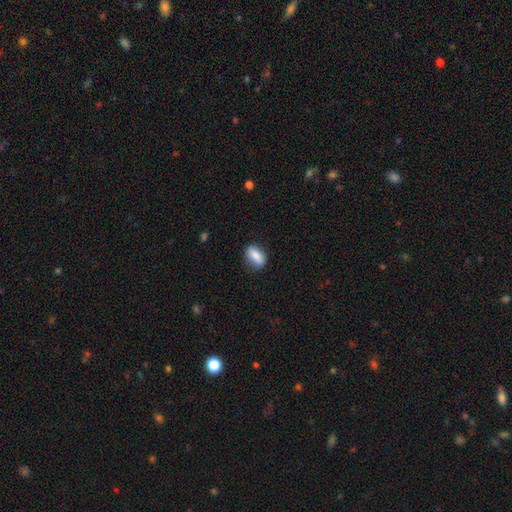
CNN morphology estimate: This appears to be a smooth galaxy with no disk features (83%) that is in between round and cigar-shaped (81%). Merging: none (80%).